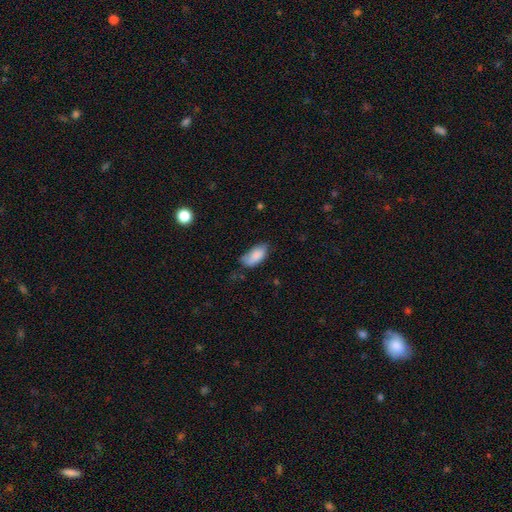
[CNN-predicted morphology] Overall: smooth (84%). How rounded: in between (93%). Merging: none (50%; minor disturbance 36%).